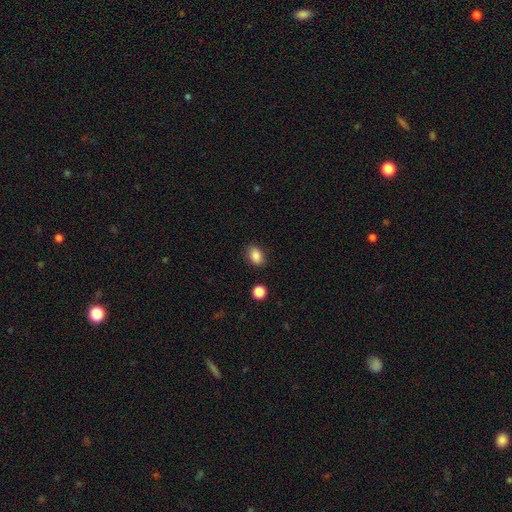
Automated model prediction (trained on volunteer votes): A smooth galaxy with no disk features (87%) that is in between round and cigar-shaped (78%).

Vote fractions:
- Smooth or featured? smooth: 87% / star or artifact: 9% / featured or disk: 4%
- How rounded? in between: 78% / round: 21% / cigar-shaped: 1%
- Merging? none: 84% / minor disturbance: 11% / major disturbance: 3% / merger: 2%